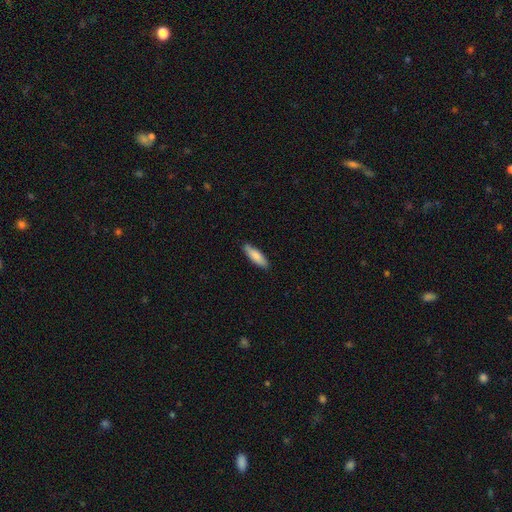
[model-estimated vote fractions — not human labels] Smooth or featured? Predicted: smooth (p=0.84). How rounded? Predicted: cigar-shaped (p=0.55). Merging? Predicted: none (p=0.87).